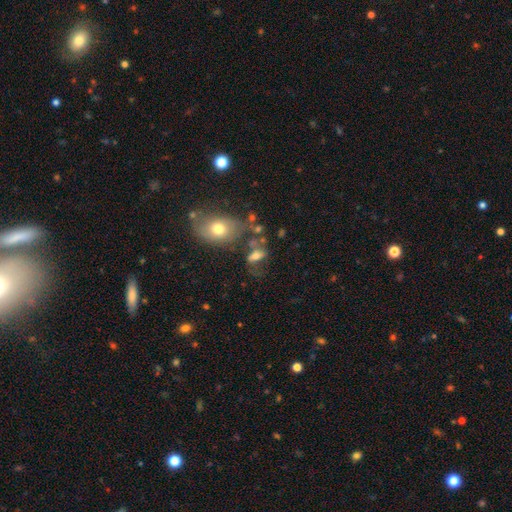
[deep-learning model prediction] This appears to be a smooth galaxy with no disk features (53%) that is in between round and cigar-shaped (79%). Merging: none (41%).